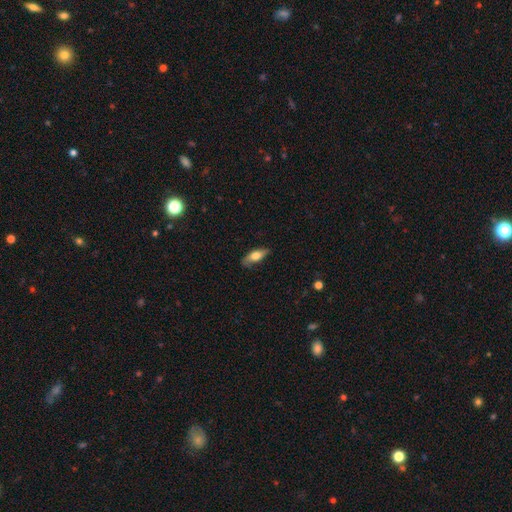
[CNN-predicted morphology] smooth-or-featured: smooth: 61% | featured or disk: 33% | star or artifact: 6%
  how-rounded: in between: 70% | cigar-shaped: 27% | round: 3%
  merging: none: 73% | minor disturbance: 21% | major disturbance: 4% | merger: 1%